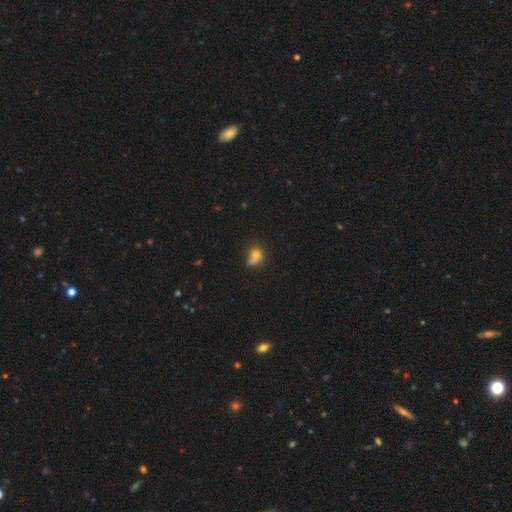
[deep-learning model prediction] Smooth or featured? smooth (69%)
How rounded? in between (50%)
Merging? none (37%)